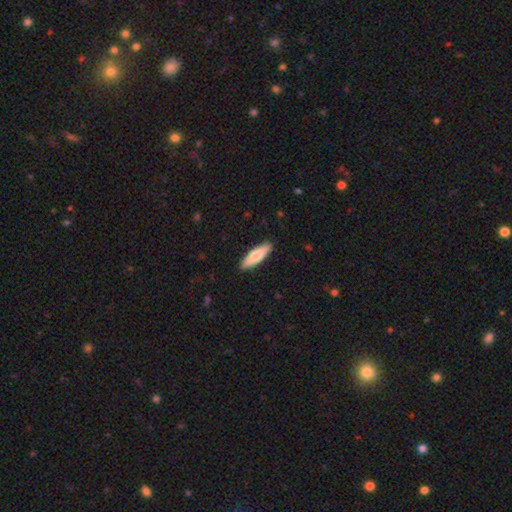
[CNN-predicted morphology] Overall: smooth (73%). How rounded: cigar-shaped (59%; in between 40%). Merging: none (91%).